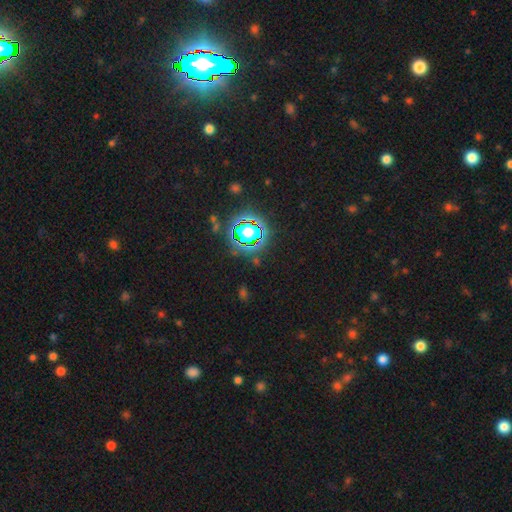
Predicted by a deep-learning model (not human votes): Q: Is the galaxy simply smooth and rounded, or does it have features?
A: star or artifact — 76%.